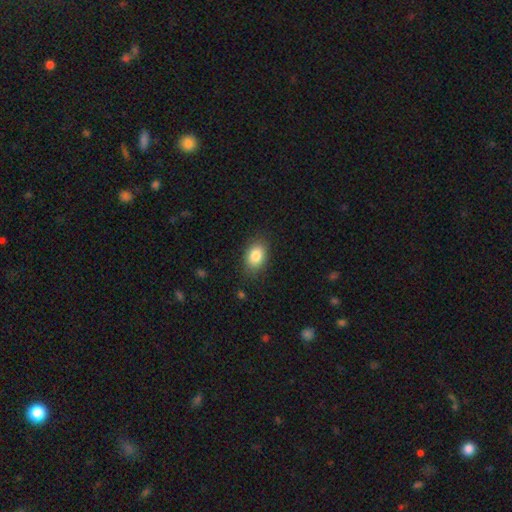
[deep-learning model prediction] Overall: smooth (85%). How rounded: in between (83%). Merging: none (84%).